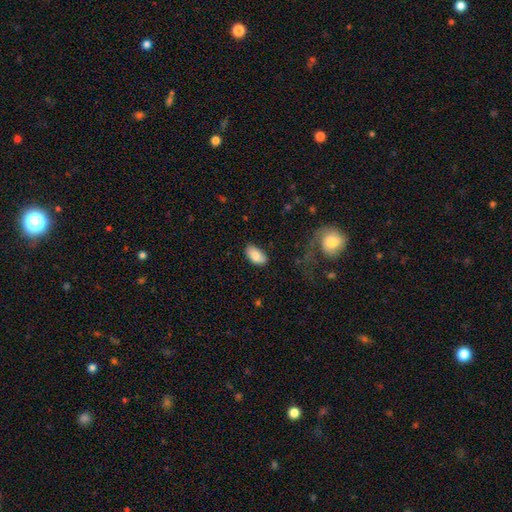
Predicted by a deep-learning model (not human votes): Overall: smooth (85%). How rounded: in between (94%). Merging: none (72%).